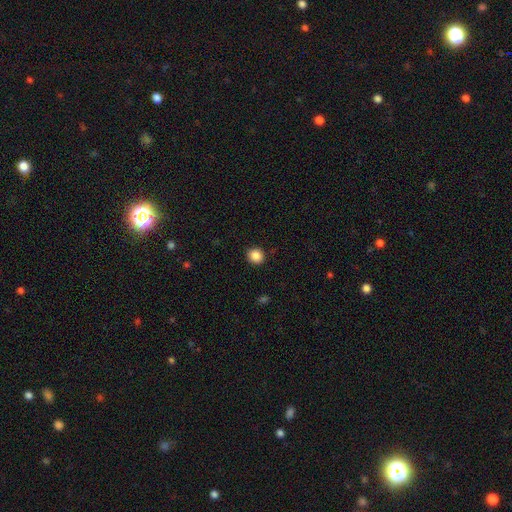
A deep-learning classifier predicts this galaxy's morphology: Smooth or featured: smooth — 87% (star or artifact — 10%)
How rounded: round — 84% (in between — 15%)
Merging: none — 91% (minor disturbance — 6%)